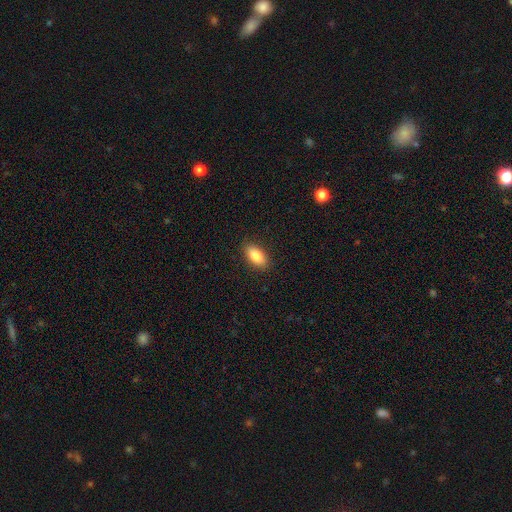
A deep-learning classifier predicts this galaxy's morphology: Smooth or featured? Predicted: smooth (p=0.86). How rounded? Predicted: in between (p=0.89). Merging? Predicted: none (p=0.88).